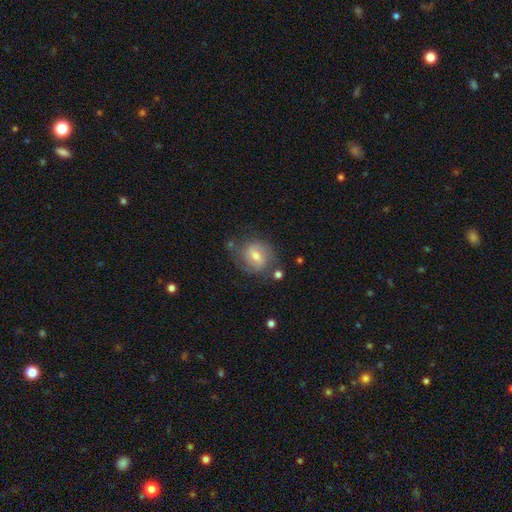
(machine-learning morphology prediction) Smooth or featured?
  - featured or disk: 50% *
  - smooth: 42%
  - star or artifact: 8%
Merging?
  - none: 63% *
  - minor disturbance: 22%
  - major disturbance: 10%
  - merger: 6%